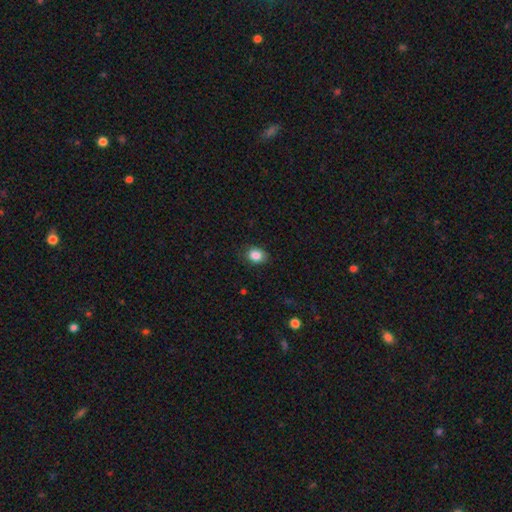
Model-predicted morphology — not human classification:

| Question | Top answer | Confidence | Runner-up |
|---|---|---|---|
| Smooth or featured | smooth | 86% | star or artifact (9%) |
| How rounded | in between | 53% | round (46%) |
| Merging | none | 84% | minor disturbance (12%) |